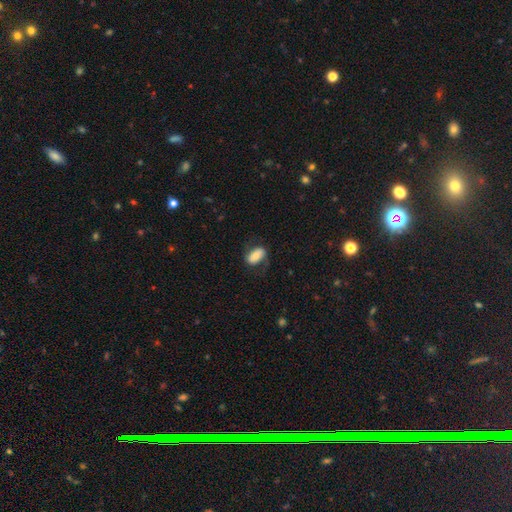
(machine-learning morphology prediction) Smooth or featured?
  - smooth: 61% *
  - featured or disk: 32%
  - star or artifact: 7%
How rounded?
  - in between: 90% *
  - round: 7%
  - cigar-shaped: 3%
Merging?
  - none: 66% *
  - minor disturbance: 20%
  - major disturbance: 12%
  - merger: 2%